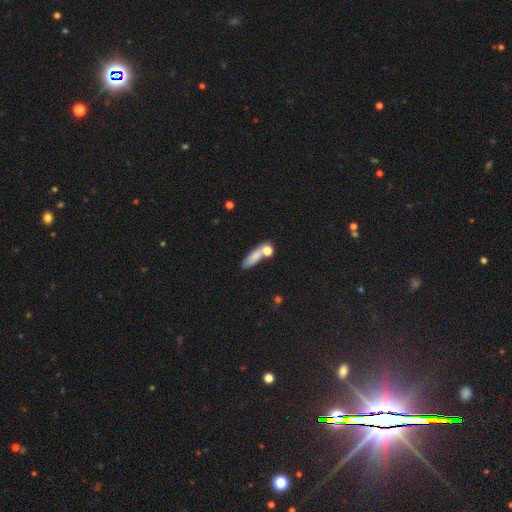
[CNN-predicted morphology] type=smooth (77%); roundness=cigar-shaped (50%); merging=none (58%).